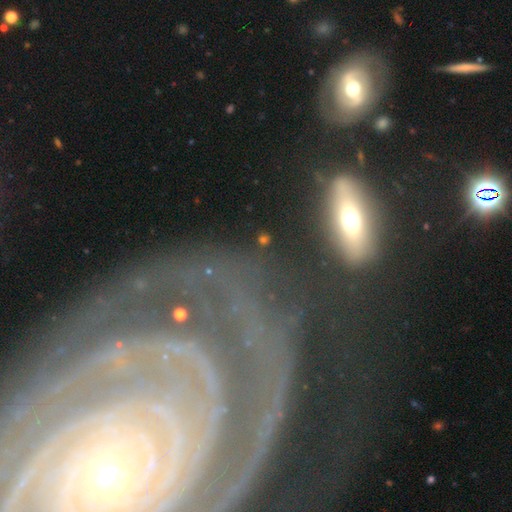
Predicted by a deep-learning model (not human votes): Smooth or featured?
  - featured or disk: 61% *
  - smooth: 30%
  - star or artifact: 9%
Edge-on disk?
  - no: 86% *
  - yes: 14%
Bar?
  - no: 53% *
  - weak: 24%
  - strong: 23%
Spiral arms?
  - yes: 84% *
  - no: 16%
Bulge size?
  - small: 46% *
  - moderate: 39%
  - large: 9%
  - dominant: 3%
  - none: 3%
Merging?
  - none: 73% *
  - minor disturbance: 15%
  - major disturbance: 7%
  - merger: 5%